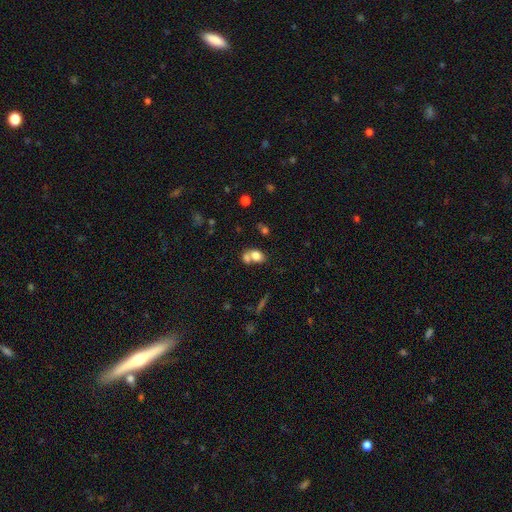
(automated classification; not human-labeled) smooth 75%, featured or disk 14%, star or artifact 10%. Down the decision tree: how rounded — in between (70%); merging — merger (55%).